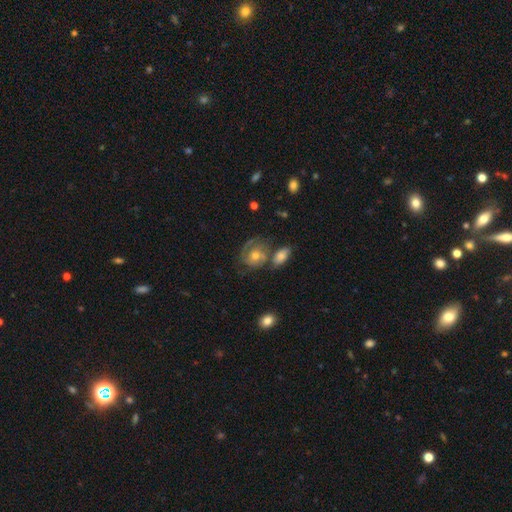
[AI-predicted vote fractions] This appears to be a featured or disk galaxy (74%) with no bar (72%), 2 (54%) tight (54%) spiral arms (91%) and a moderate central bulge (62%). Merging: none (54%).